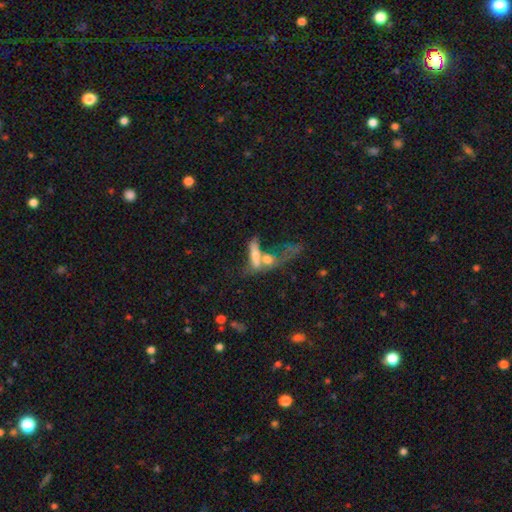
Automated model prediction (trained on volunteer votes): Smooth or featured? Predicted: smooth (p=0.51). How rounded? Predicted: in between (p=0.49). Merging? Predicted: merger (p=0.58).